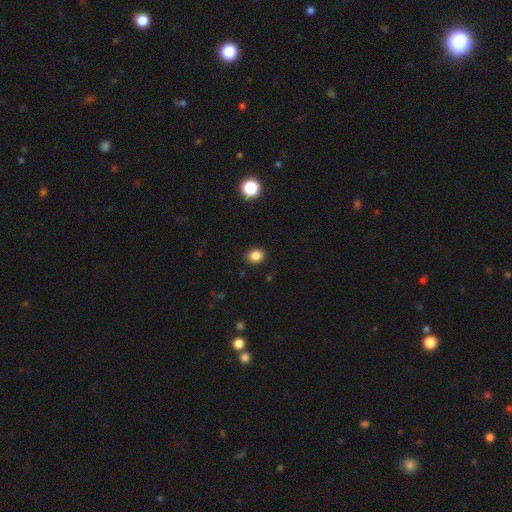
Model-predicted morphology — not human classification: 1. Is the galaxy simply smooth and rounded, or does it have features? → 85% smooth, 11% star or artifact, 4% featured or disk.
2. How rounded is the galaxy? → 54% round, 45% in between, 1% cigar-shaped.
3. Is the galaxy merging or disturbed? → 90% none, 7% minor disturbance, 2% major disturbance, 1% merger.